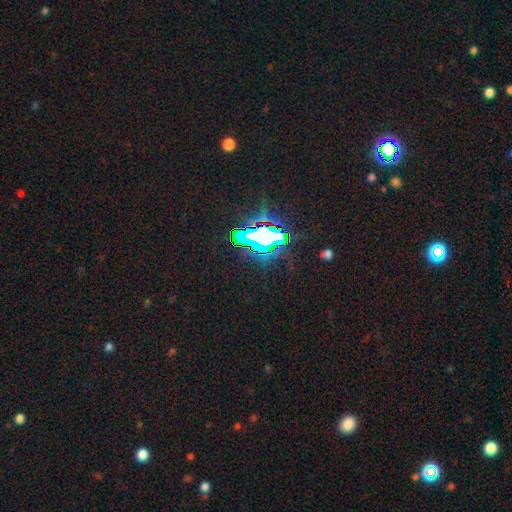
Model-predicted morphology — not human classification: This is clearly a star or artifact rather than a galaxy (81%).